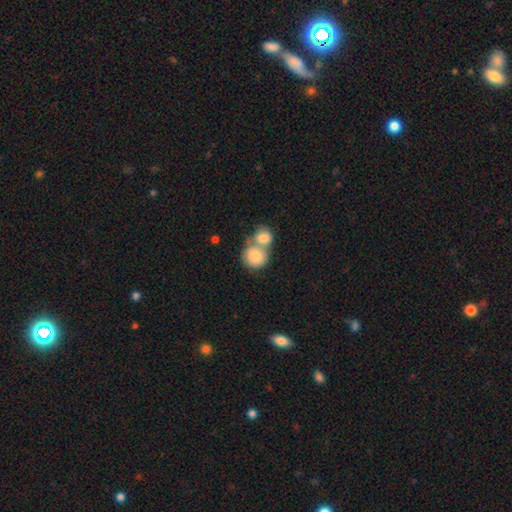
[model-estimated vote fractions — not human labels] Q: Smooth or featured?
A: smooth (81%); runner-up: featured or disk (13%)
Q: How rounded?
A: round (78%); runner-up: in between (21%)
Q: Merging?
A: merger (68%); runner-up: none (23%)